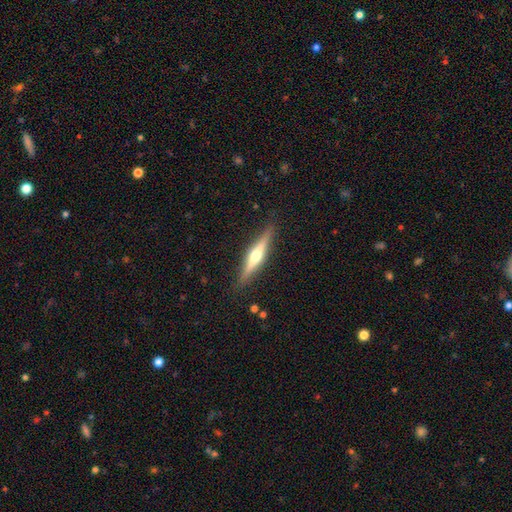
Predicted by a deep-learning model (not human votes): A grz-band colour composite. It shows a featured or disk galaxy (67%) viewed edge-on (97%) with a rounded central bulge (88%). Merging: none (89%).